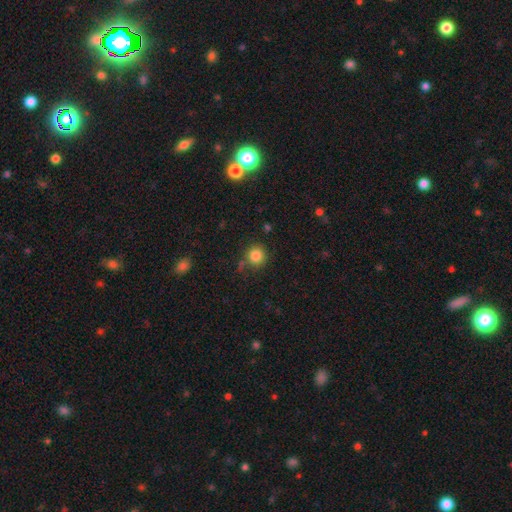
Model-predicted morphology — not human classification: Smooth or featured? smooth (84%)
How rounded? round (92%)
Merging? none (79%)